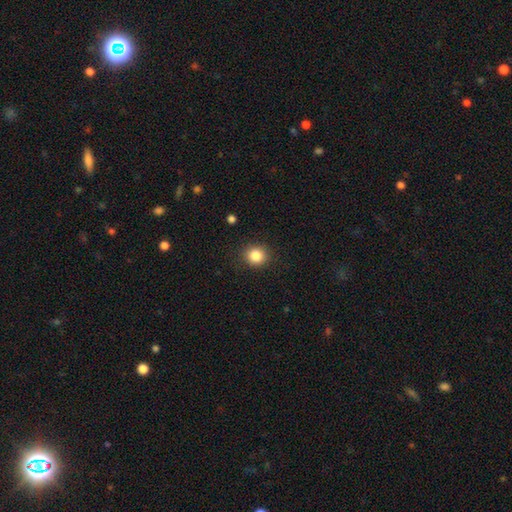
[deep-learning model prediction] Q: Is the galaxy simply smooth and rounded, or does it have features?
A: smooth — 85%.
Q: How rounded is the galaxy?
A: round — 84%.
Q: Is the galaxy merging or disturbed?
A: none — 89%.